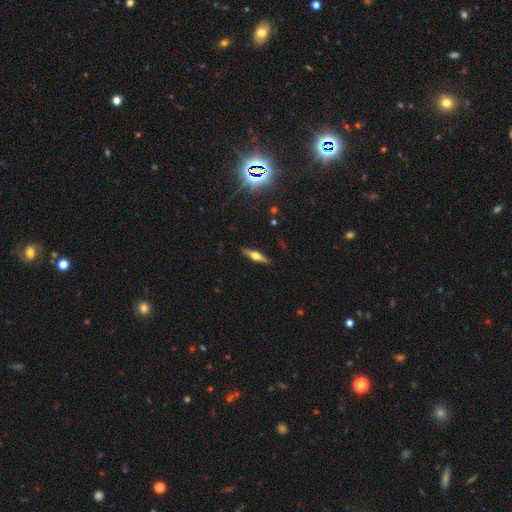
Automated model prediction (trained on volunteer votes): Q: Smooth or featured?
A: featured or disk (62%); runner-up: smooth (30%)
Q: Edge-on disk?
A: yes (95%); runner-up: no (5%)
Q: Edge-on bulge?
A: rounded (92%); runner-up: boxy (5%)
Q: Merging?
A: none (89%); runner-up: minor disturbance (8%)